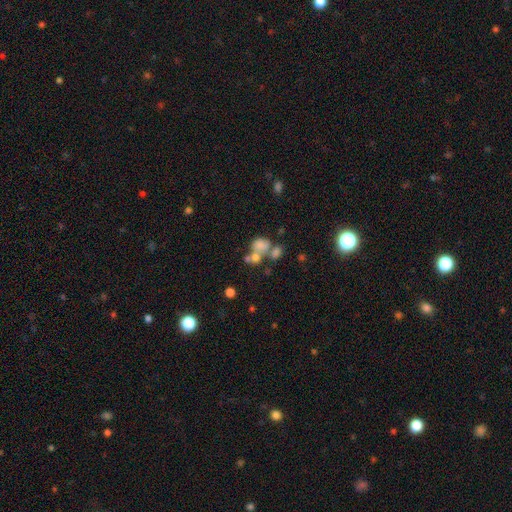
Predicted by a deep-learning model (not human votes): This appears to be a smooth galaxy with no disk features (52%) that is round (54%). Merging: merger (47%).